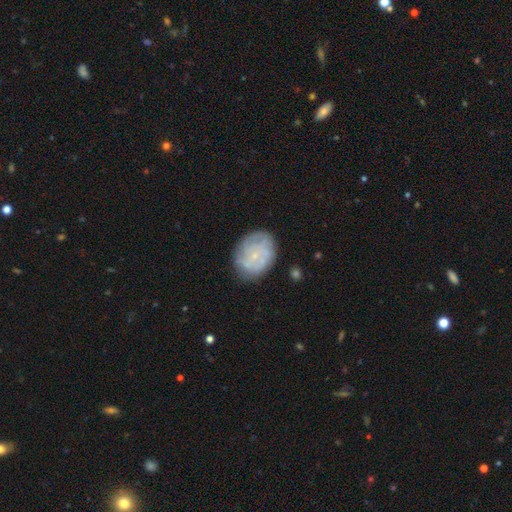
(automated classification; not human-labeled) A featured or disk galaxy (62%) with no bar (75%), spiral arms (76%) and a small central bulge (79%). Merging: none (74%).